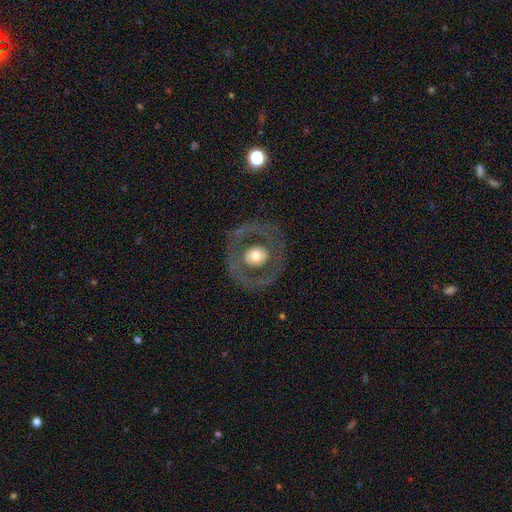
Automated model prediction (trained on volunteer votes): Q: Smooth or featured?
A: featured or disk (57%); runner-up: smooth (37%)
Q: Edge-on disk?
A: no (95%); runner-up: yes (5%)
Q: Bar?
A: no (81%); runner-up: weak (13%)
Q: Spiral arms?
A: no (81%); runner-up: yes (19%)
Q: Bulge size?
A: moderate (58%); runner-up: large (30%)
Q: Merging?
A: none (79%); runner-up: minor disturbance (10%)